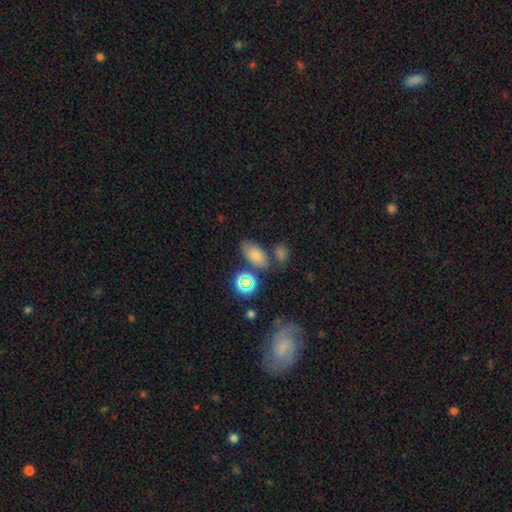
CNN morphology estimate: A smooth galaxy with no disk features (75%) that is in between round and cigar-shaped (89%).

Vote fractions:
- Smooth or featured? smooth: 75% / star or artifact: 15% / featured or disk: 10%
- How rounded? in between: 89% / round: 8% / cigar-shaped: 3%
- Merging? none: 67% / merger: 15% / minor disturbance: 13% / major disturbance: 5%